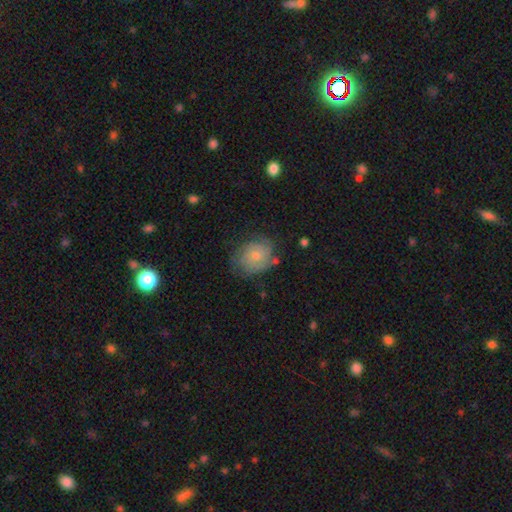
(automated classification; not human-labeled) smooth_or_featured: featured or disk (p=0.59) [alt: smooth p=0.33]
disk_edge_on: no (p=0.98) [alt: yes p=0.02]
bar: no (p=0.75) [alt: weak p=0.23]
has_spiral_arms: yes (p=0.86) [alt: no p=0.14]
bulge_size: small (p=0.56) [alt: moderate p=0.37]
merging: none (p=0.66) [alt: minor disturbance p=0.23]